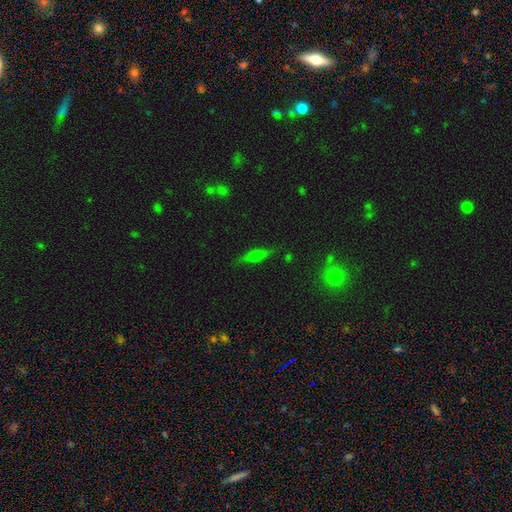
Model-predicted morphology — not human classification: featured or disk 45%, smooth 42%, star or artifact 13%. Down the decision tree: merging — none (82%).